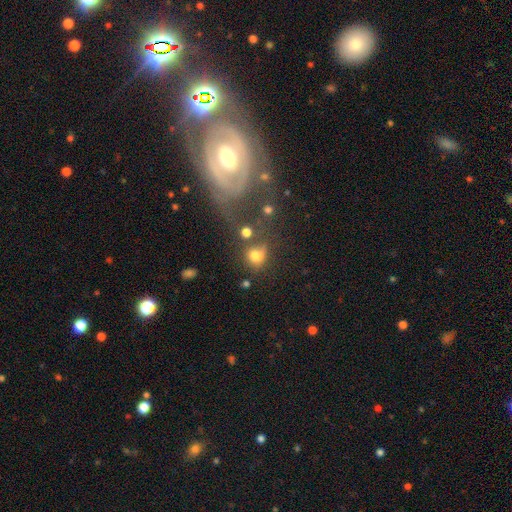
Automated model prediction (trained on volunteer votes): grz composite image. It shows a smooth galaxy with no disk features (71%) that is round (73%). Merging: none (46%).